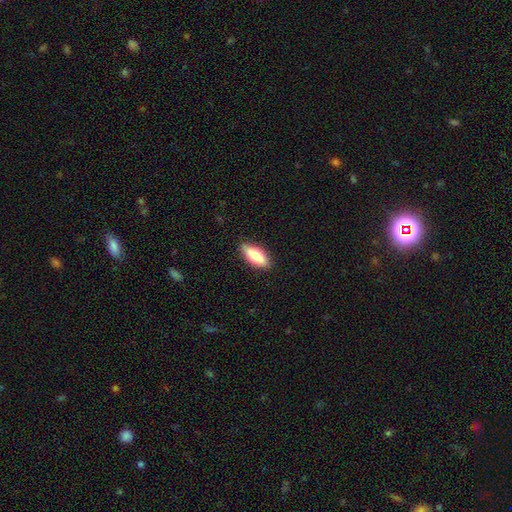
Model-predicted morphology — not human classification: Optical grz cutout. It shows a smooth galaxy with no disk features (75%) that is in between round and cigar-shaped (75%). Merging: none (87%).